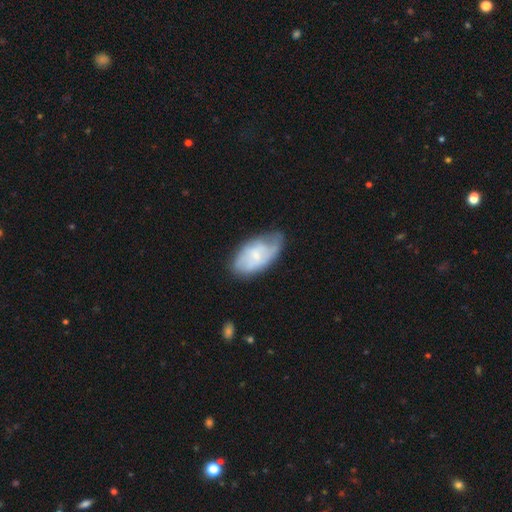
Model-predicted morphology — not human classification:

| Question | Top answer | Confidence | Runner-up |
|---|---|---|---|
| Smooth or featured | featured or disk | 51% | smooth (43%) |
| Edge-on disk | no | 94% | yes (6%) |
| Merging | none | 53% | minor disturbance (33%) |